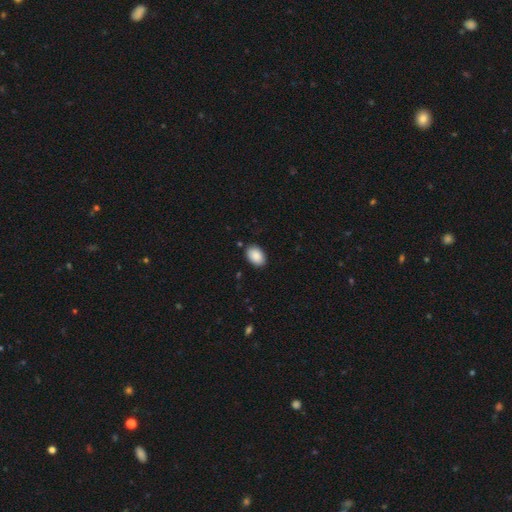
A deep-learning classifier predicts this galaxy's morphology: This appears to be a smooth galaxy with no disk features (89%) that is in between round and cigar-shaped (87%). Merging: none (87%).